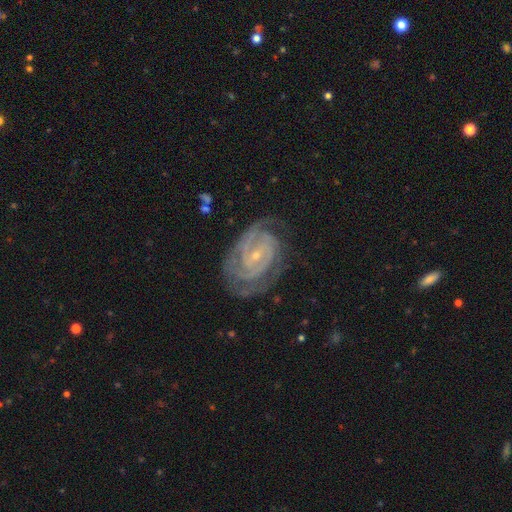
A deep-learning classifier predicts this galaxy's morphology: A featured or disk galaxy (90%) with no bar (46%), 2 (52%) tight (73%) spiral arms (98%) and a small central bulge (79%). Merging: none (73%).